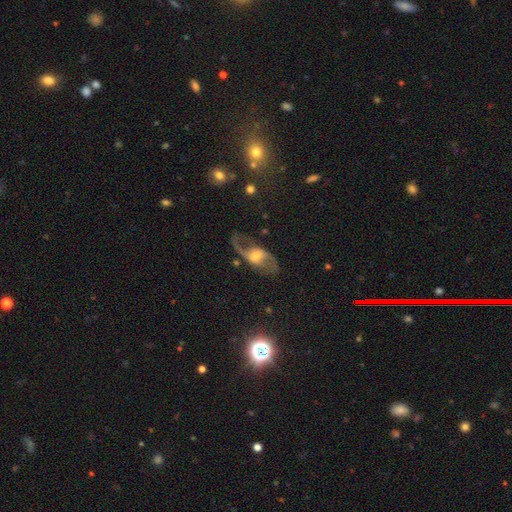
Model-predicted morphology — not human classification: type=featured or disk (79%); edge-on=no (90%); bar=weak (41%); spiral arms=yes (88%); winding=loose (56%); arm count=2 (89%); bulge=moderate (51%); merging=none (71%).